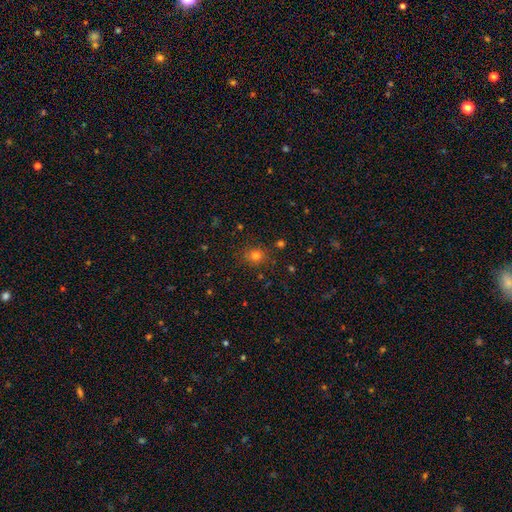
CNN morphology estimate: Smooth or featured?
  - smooth: 77% *
  - star or artifact: 16%
  - featured or disk: 6%
How rounded?
  - round: 79% *
  - in between: 20%
  - cigar-shaped: 1%
Merging?
  - none: 85% *
  - minor disturbance: 10%
  - major disturbance: 3%
  - merger: 2%